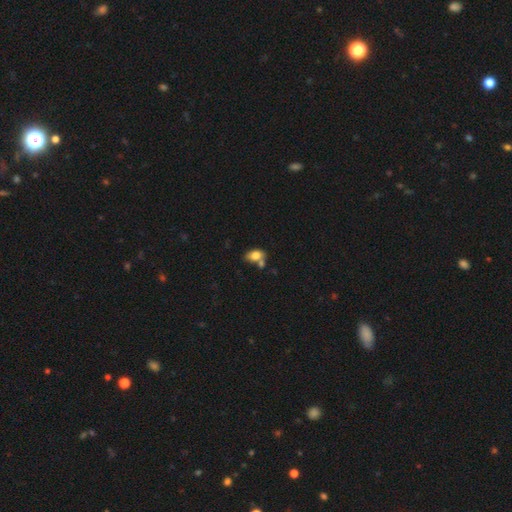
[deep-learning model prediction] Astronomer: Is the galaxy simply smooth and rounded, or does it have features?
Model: smooth — 79%.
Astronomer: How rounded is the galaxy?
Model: in between — 84%.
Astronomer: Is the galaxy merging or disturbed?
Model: none — 47% (runner-up: merger, 33%).